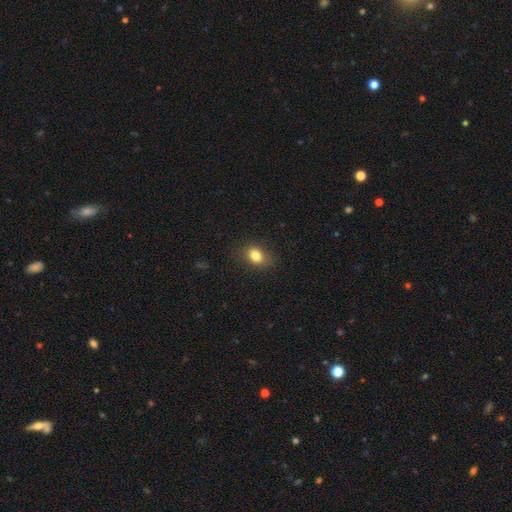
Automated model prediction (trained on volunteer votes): Smooth or featured? Predicted: smooth (p=0.82). How rounded? Predicted: in between (p=0.67). Merging? Predicted: none (p=0.82).